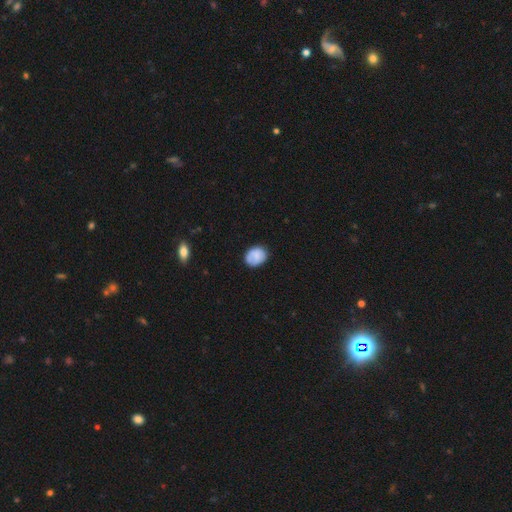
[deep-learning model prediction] Overall: smooth (74%). How rounded: in between (50%; round 49%). Merging: none (74%).